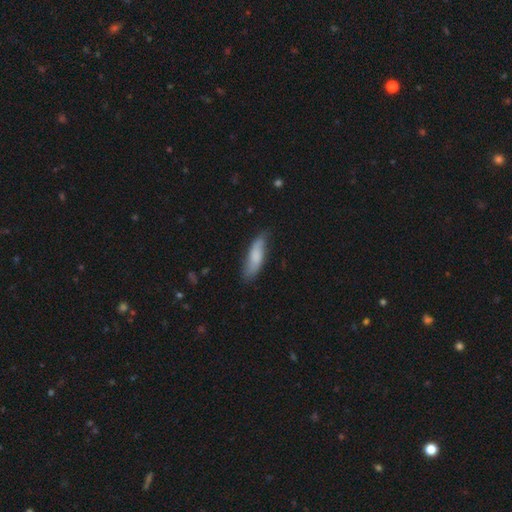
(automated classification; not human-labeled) smooth_or_featured: smooth (p=0.70) [alt: featured or disk p=0.23]
how_rounded: cigar-shaped (p=0.50) [alt: in between p=0.47]
merging: none (p=0.70) [alt: minor disturbance p=0.23]